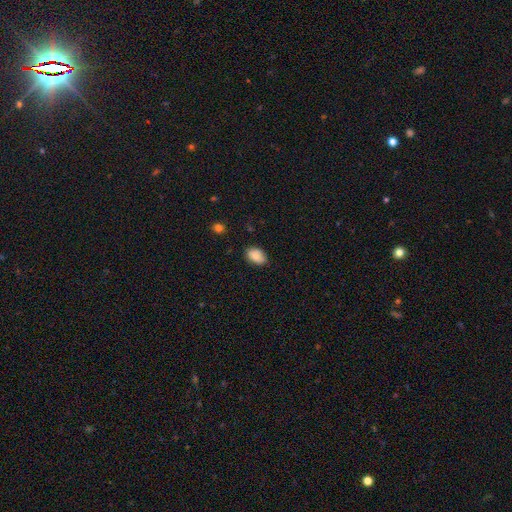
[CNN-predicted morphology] This is clearly a smooth galaxy (87%). How rounded: clearly in between (87%). Merging: clearly none (83%).